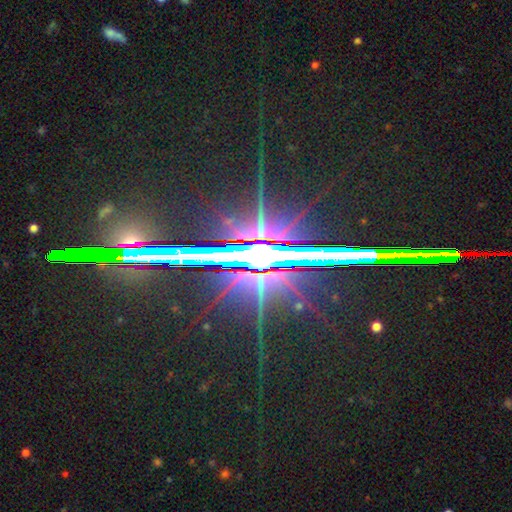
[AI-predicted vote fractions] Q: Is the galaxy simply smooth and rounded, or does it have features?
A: star or artifact — 84%.